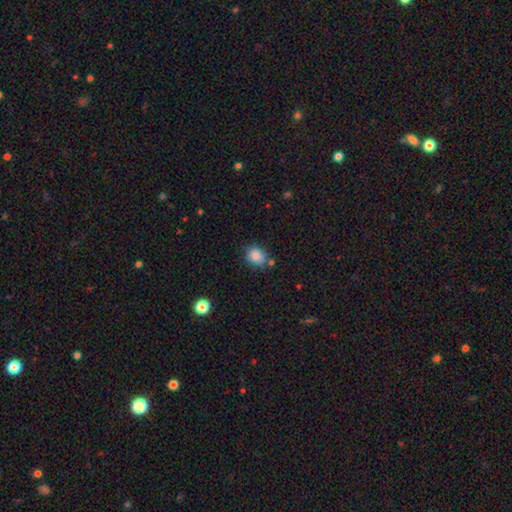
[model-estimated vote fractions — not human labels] smooth_or_featured: smooth (p=0.85) [alt: star or artifact p=0.10]
how_rounded: round (p=0.58) [alt: in between p=0.41]
merging: none (p=0.75) [alt: minor disturbance p=0.15]